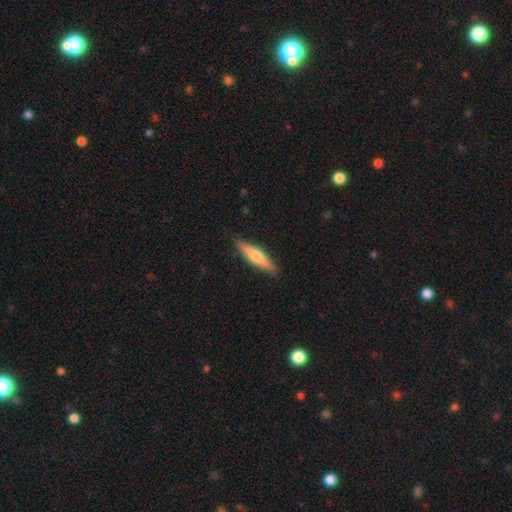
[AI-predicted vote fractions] This appears to be a smooth galaxy with no disk features (50%) that is cigar-shaped (81%). Merging: none (89%).